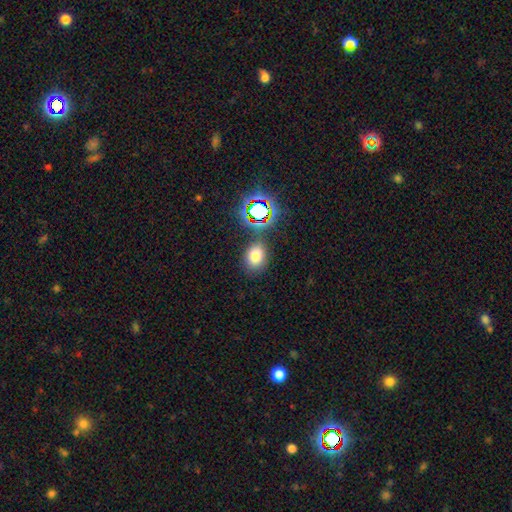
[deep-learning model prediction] A smooth galaxy with no disk features (73%) that is in between round and cigar-shaped (70%).

Vote fractions:
- Smooth or featured? smooth: 73% / star or artifact: 19% / featured or disk: 8%
- How rounded? in between: 70% / round: 29% / cigar-shaped: 1%
- Merging? none: 78% / minor disturbance: 13% / merger: 5% / major disturbance: 4%